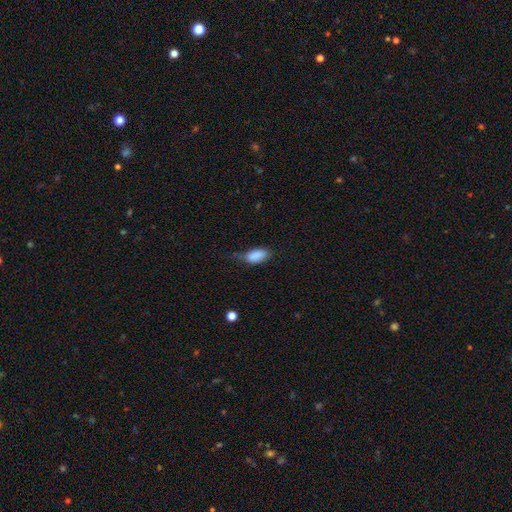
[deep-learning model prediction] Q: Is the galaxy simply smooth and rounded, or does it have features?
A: smooth — 86%.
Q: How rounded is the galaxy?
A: in between — 90%.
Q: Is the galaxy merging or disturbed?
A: none — 44%.